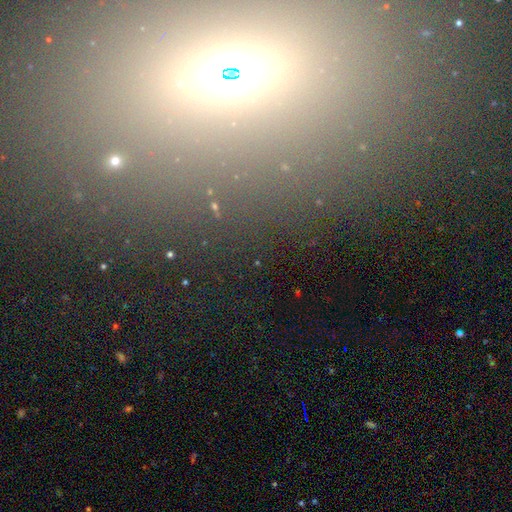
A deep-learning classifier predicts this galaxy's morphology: Smooth or featured: star or artifact — 63% (smooth — 21%)